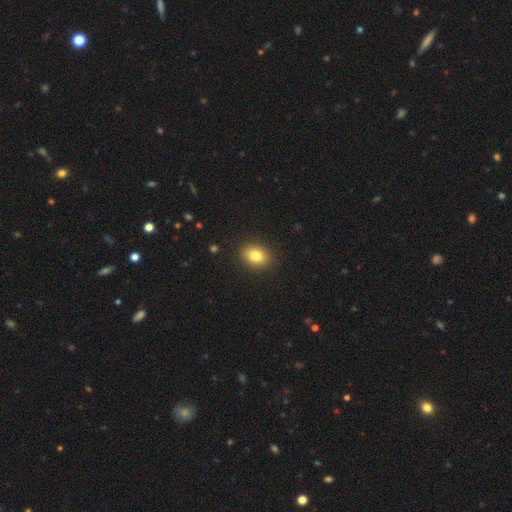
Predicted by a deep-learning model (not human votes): The model was most divided on "how rounded": in between: 66%, round: 33%, cigar-shaped: 1%. More confident: merging — none (89%); smooth or featured — smooth (82%).